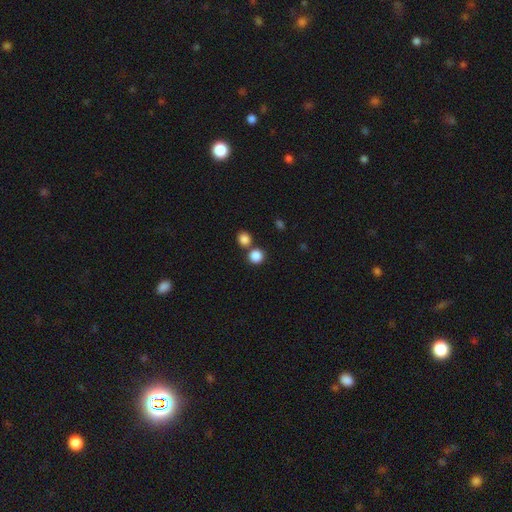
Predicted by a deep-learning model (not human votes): Morphology: type=smooth (85%); roundness=round (90%); merging=none (66%).